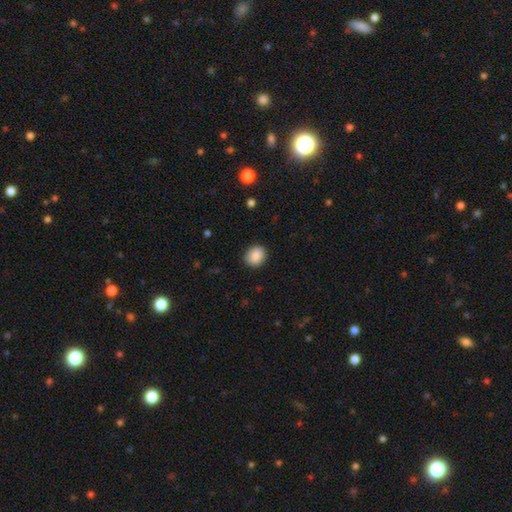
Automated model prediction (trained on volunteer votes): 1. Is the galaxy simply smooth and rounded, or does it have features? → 88% smooth, 8% star or artifact, 4% featured or disk.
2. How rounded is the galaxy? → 64% round, 35% in between, 1% cigar-shaped.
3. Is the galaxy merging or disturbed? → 89% none, 8% minor disturbance, 2% major disturbance, 1% merger.